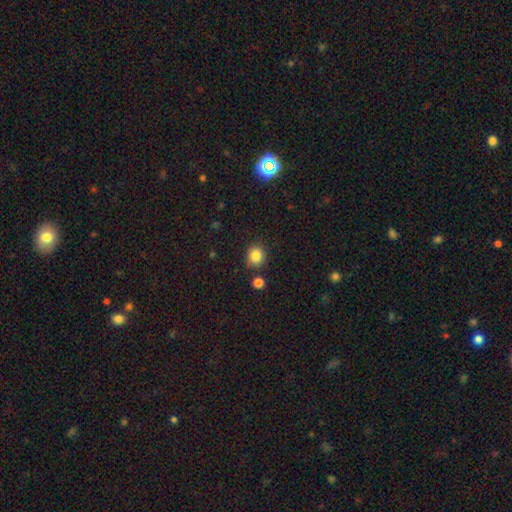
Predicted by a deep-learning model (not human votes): This is clearly a smooth galaxy (84%). How rounded: likely round (80%). Merging: clearly none (81%).